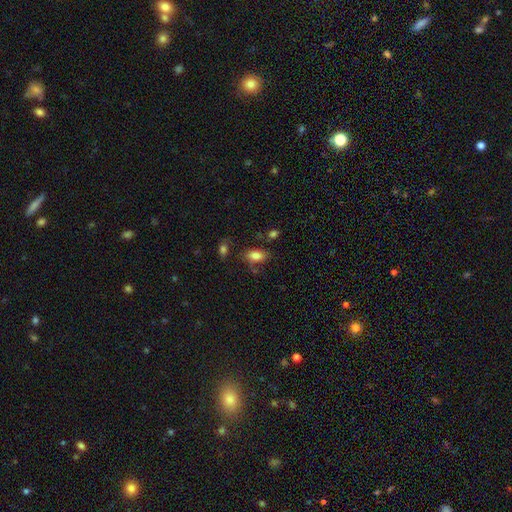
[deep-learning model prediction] This is clearly a smooth galaxy (82%). How rounded: clearly in between (88%). Merging: likely none (68%).